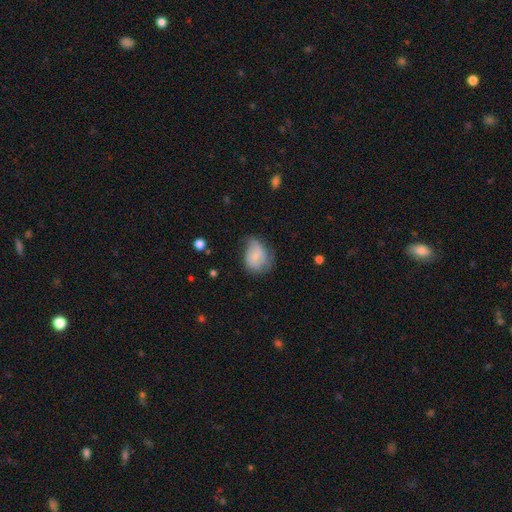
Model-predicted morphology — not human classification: type=smooth (65%); roundness=in between (57%); merging=minor disturbance (40%).